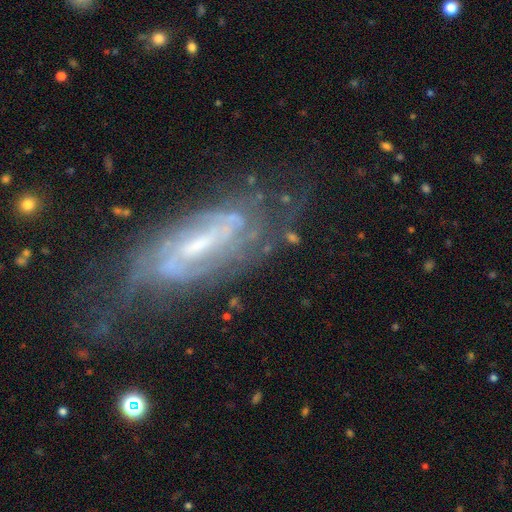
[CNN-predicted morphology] A featured or disk galaxy (82%) with a weak bar (45%), tight (52%) spiral arms (91%) and a small central bulge (44%).

Vote fractions:
- Smooth or featured? featured or disk: 82% / smooth: 10% / star or artifact: 8%
- Edge-on disk? no: 88% / yes: 12%
- Bar? weak: 45% / strong: 34% / no: 21%
- Spiral arms? yes: 91% / no: 9%
- Spiral winding? tight: 52% / medium: 36% / loose: 12%
- Spiral arm count? can't tell: 40% / 2: 36% / 3: 10% / 4: 6% / 1: 4% / more than 4: 4%
- Bulge size? small: 44% / moderate: 36% / none: 14% / large: 5% / dominant: 1%
- Merging? none: 61% / minor disturbance: 22% / major disturbance: 14% / merger: 3%